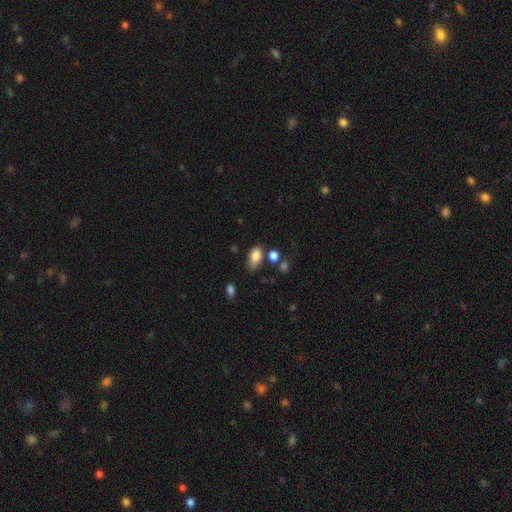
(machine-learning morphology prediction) smooth 83%, star or artifact 9%, featured or disk 8%. Down the decision tree: how rounded — in between (90%); merging — none (58%).